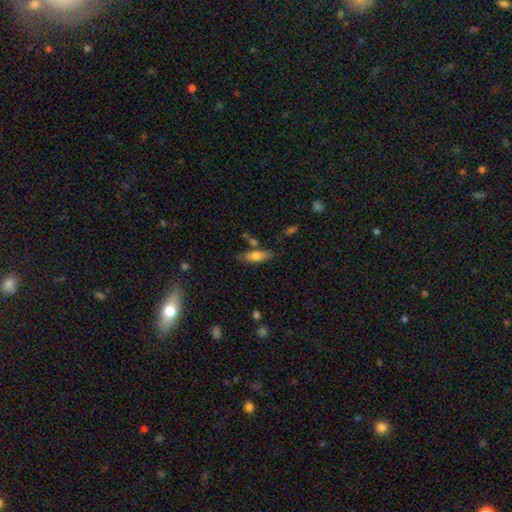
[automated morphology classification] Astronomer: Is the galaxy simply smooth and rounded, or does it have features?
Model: smooth — 65%.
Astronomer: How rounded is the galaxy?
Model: in between — 56% (runner-up: cigar-shaped, 41%).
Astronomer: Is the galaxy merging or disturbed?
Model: none — 68%.